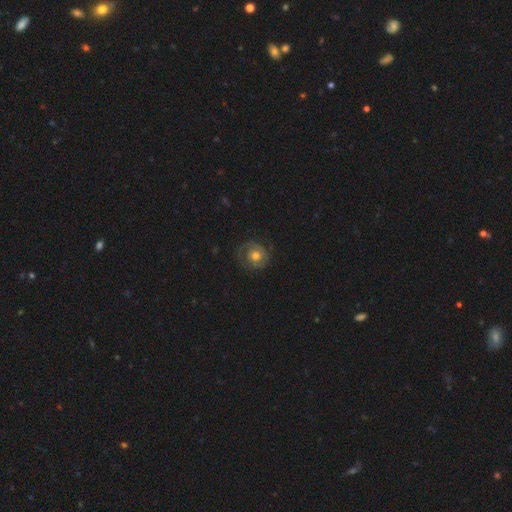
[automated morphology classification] A featured or disk galaxy (68%) with no bar (80%), 2 (54%) tight (61%) spiral arms (87%) and a moderate central bulge (70%). Merging: none (73%).